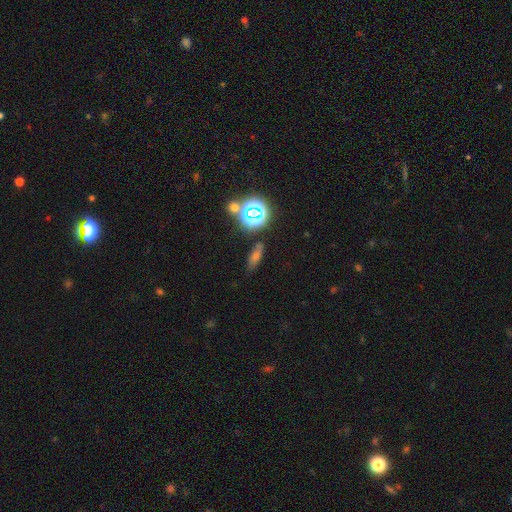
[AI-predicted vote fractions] smooth_or_featured: smooth (p=0.50) [alt: star or artifact p=0.33]
how_rounded: in between (p=0.42) [alt: cigar-shaped p=0.40]
merging: none (p=0.77) [alt: minor disturbance p=0.13]